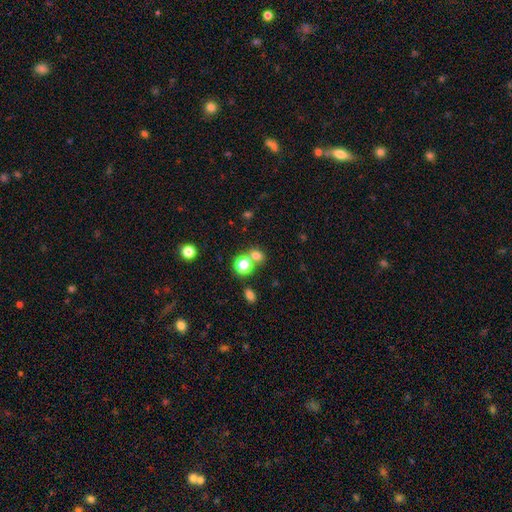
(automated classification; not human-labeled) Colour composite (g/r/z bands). It shows a smooth galaxy with no disk features (73%) that is round (67%). Merging: none (59%).